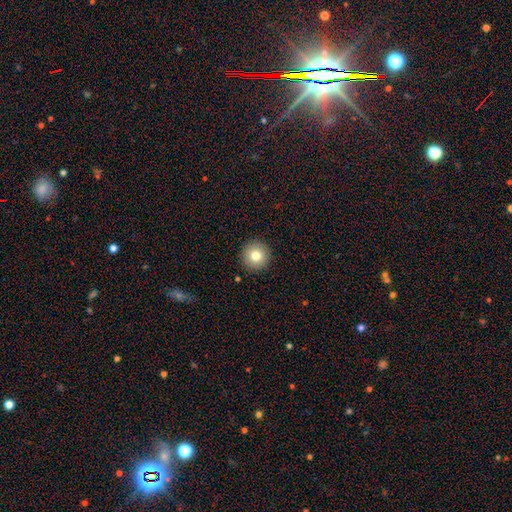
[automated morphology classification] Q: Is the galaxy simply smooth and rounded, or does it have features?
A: smooth — 79%.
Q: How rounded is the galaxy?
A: round — 96%.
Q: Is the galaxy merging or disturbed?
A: none — 92%.